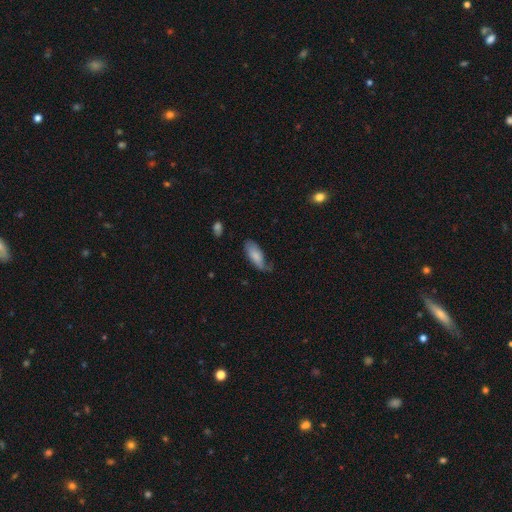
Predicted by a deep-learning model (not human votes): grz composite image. It shows a smooth galaxy with no disk features (74%) that is in between round and cigar-shaped (78%). Merging: none (43%).